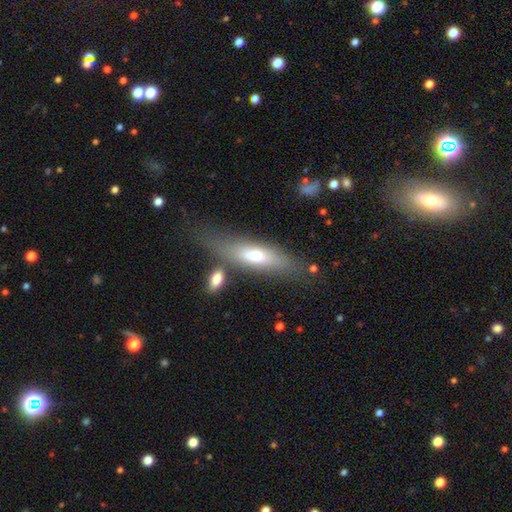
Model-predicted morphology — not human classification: Q: Smooth or featured?
A: smooth (56%); runner-up: featured or disk (36%)
Q: How rounded?
A: cigar-shaped (56%); runner-up: in between (41%)
Q: Merging?
A: none (62%); runner-up: minor disturbance (18%)